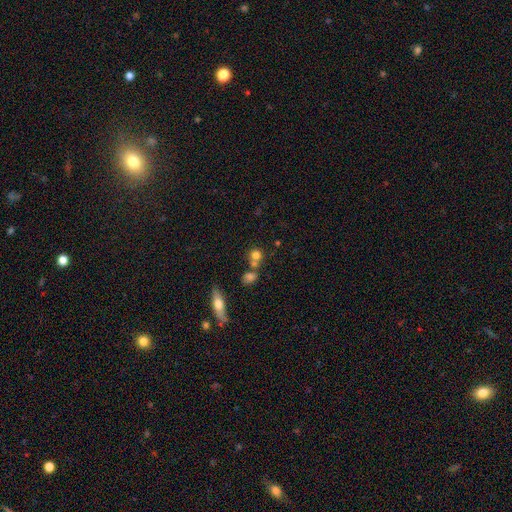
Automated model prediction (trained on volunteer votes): A smooth galaxy with no disk features (75%) that is round (83%). Merging: none (49%).